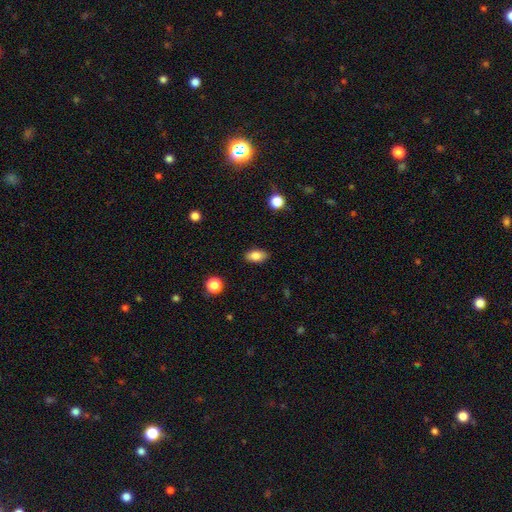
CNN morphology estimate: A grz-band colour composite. It shows a smooth galaxy with no disk features (83%) that is in between round and cigar-shaped (88%). Merging: none (87%).